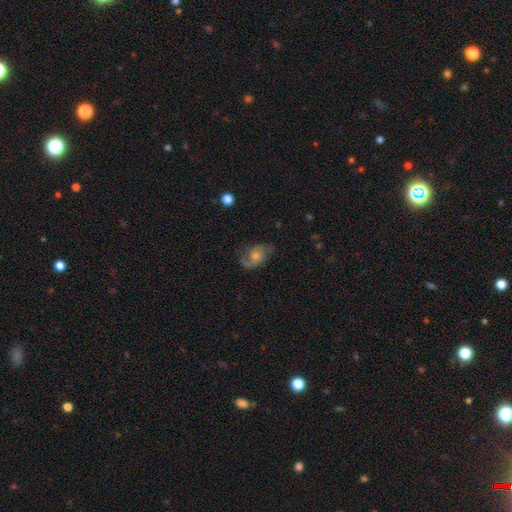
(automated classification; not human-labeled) Morphology: type=featured or disk (73%); edge-on=no (96%); bar=no (70%); spiral arms=yes (93%); winding=medium (46%); arm count=2 (78%); bulge=moderate (51%); merging=none (70%).